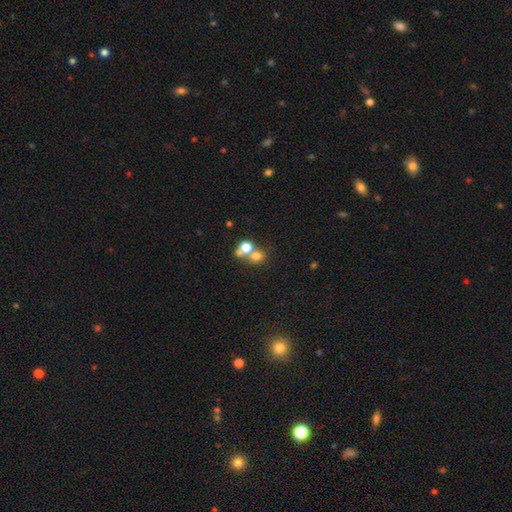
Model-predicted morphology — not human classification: Smooth or featured? smooth (70%)
How rounded? round (75%)
Merging? merger (49%)